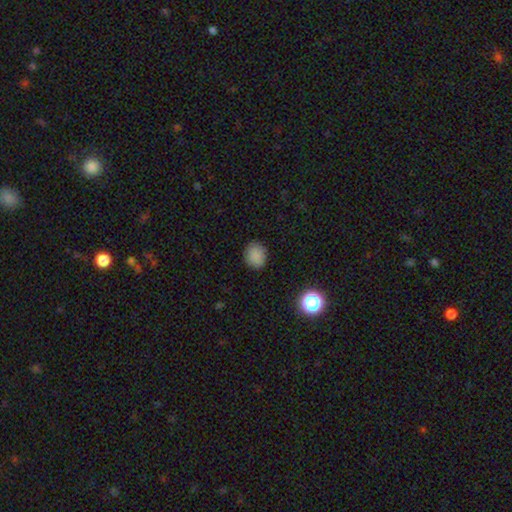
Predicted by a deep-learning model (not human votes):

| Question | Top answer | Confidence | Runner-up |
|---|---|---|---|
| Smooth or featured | smooth | 84% | star or artifact (13%) |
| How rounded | round | 58% | in between (41%) |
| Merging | none | 86% | minor disturbance (11%) |